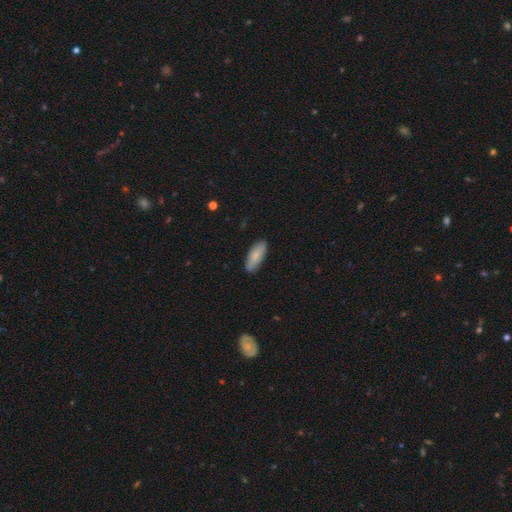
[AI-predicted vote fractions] A smooth galaxy with no disk features (79%) that is in between round and cigar-shaped (78%).

Vote fractions:
- Smooth or featured? smooth: 79% / featured or disk: 15% / star or artifact: 6%
- How rounded? in between: 78% / cigar-shaped: 20% / round: 2%
- Merging? none: 85% / minor disturbance: 12% / major disturbance: 2% / merger: 1%